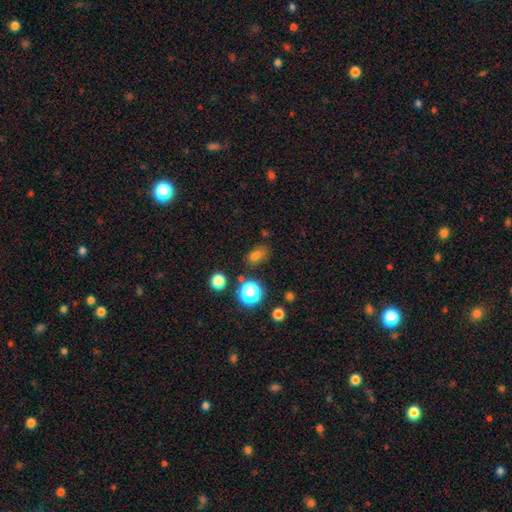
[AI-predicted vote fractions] smooth-or-featured: smooth: 71% | star or artifact: 23% | featured or disk: 7%
  how-rounded: in between: 68% | round: 29% | cigar-shaped: 2%
  merging: none: 72% | minor disturbance: 16% | merger: 6% | major disturbance: 6%